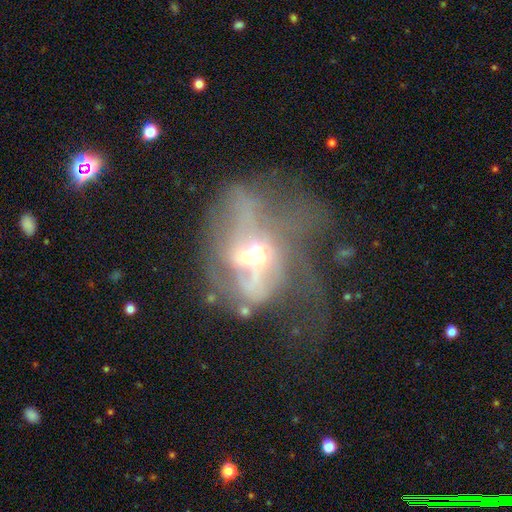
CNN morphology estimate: Smooth or featured?
  - featured or disk: 65% *
  - smooth: 21%
  - star or artifact: 14%
Edge-on disk?
  - no: 95% *
  - yes: 5%
Bar?
  - no: 72% *
  - weak: 20%
  - strong: 8%
Spiral arms?
  - no: 63% *
  - yes: 37%
Bulge size?
  - moderate: 61% *
  - small: 22%
  - large: 11%
  - none: 4%
  - dominant: 2%
Merging?
  - major disturbance: 44% *
  - merger: 33%
  - none: 13%
  - minor disturbance: 9%